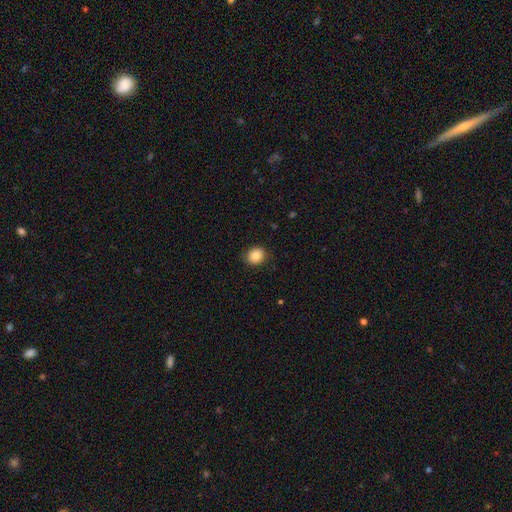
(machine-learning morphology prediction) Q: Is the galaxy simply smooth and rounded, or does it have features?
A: smooth — 86%.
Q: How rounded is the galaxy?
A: round — 78%.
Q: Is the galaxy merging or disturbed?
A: none — 87%.